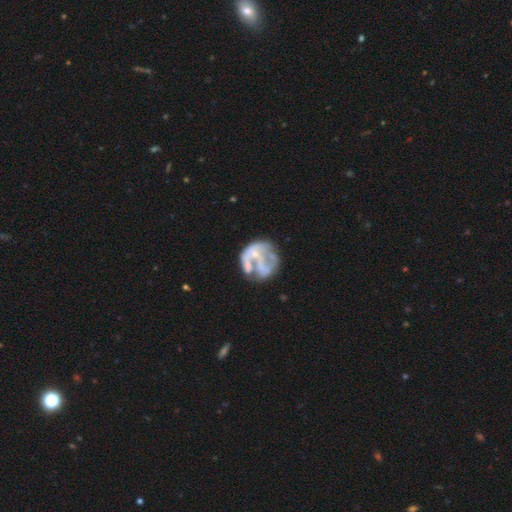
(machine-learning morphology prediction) smooth-or-featured: featured or disk: 66% | smooth: 24% | star or artifact: 9%
  disk-edge-on: no: 98% | yes: 2%
    bar: no: 74% | weak: 19% | strong: 7%
    has-spiral-arms: no: 67% | yes: 33%
    bulge-size: small: 44% | none: 35% | moderate: 18% | large: 2% | dominant: 1%
  merging: none: 36% | major disturbance: 29% | minor disturbance: 18% | merger: 16%